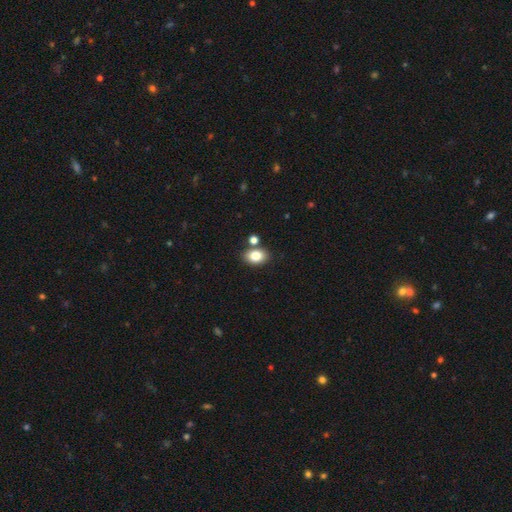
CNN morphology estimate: A smooth galaxy with no disk features (83%) that is in between round and cigar-shaped (76%).

Vote fractions:
- Smooth or featured? smooth: 83% / star or artifact: 9% / featured or disk: 8%
- How rounded? in between: 76% / round: 23% / cigar-shaped: 1%
- Merging? none: 75% / merger: 12% / minor disturbance: 10% / major disturbance: 3%